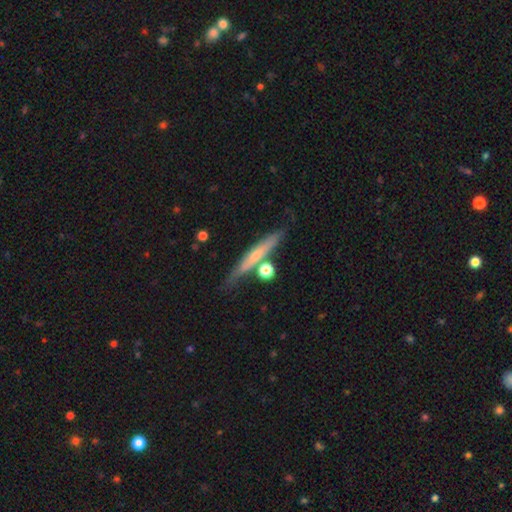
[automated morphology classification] This appears to be a featured or disk galaxy (53%) viewed edge-on (90%). Merging: none (73%).